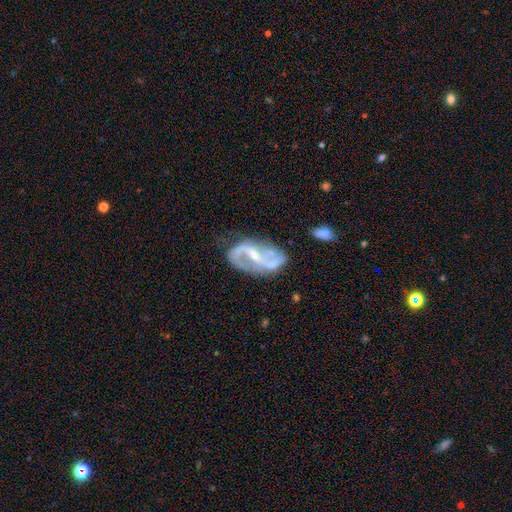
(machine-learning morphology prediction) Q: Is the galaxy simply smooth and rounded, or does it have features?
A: featured or disk — 85%.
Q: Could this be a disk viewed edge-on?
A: no — 96%.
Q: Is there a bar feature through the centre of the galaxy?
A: weak — 45%.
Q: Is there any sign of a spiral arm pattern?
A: yes — 91%.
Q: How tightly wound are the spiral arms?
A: loose — 50%.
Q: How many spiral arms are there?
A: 2 — 82%.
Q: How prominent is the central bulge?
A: small — 51%.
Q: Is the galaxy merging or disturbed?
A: none — 53%.